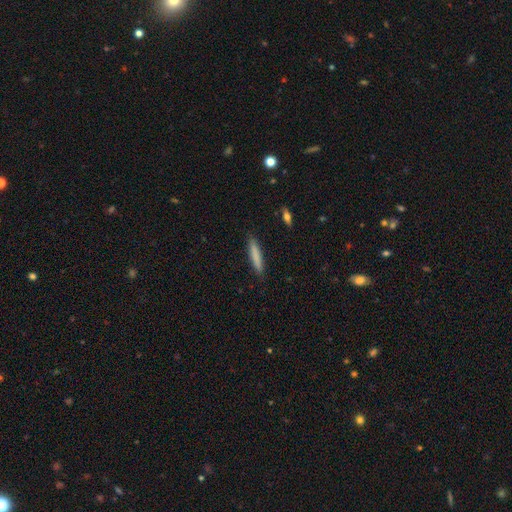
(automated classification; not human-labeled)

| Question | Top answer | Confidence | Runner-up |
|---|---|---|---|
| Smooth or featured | smooth | 81% | featured or disk (13%) |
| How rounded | cigar-shaped | 91% | in between (8%) |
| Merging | none | 89% | minor disturbance (8%) |